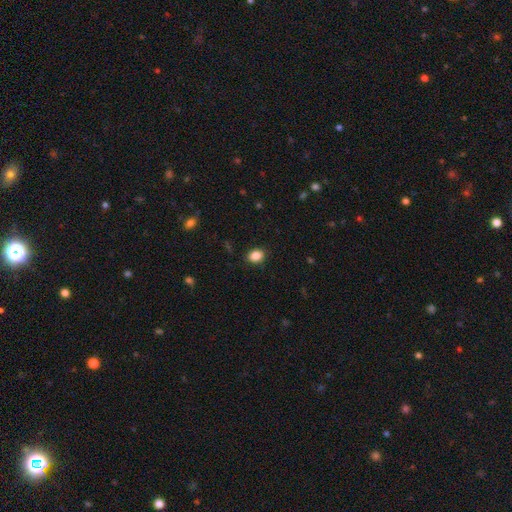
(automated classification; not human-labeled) The model was most divided on "how rounded": in between: 63%, round: 36%, cigar-shaped: 1%. More confident: merging — none (87%); smooth or featured — smooth (87%).